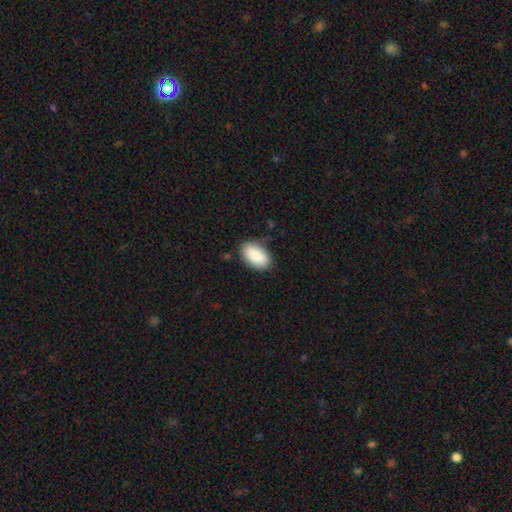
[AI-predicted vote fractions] Smooth or featured? smooth (88%)
How rounded? in between (94%)
Merging? none (80%)